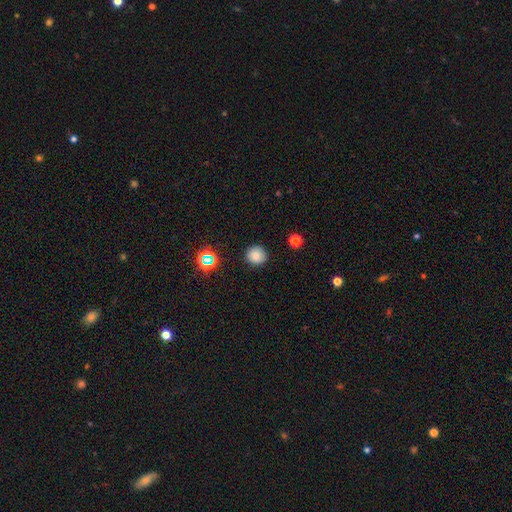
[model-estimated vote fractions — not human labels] Morphology: type=smooth (79%); roundness=round (93%); merging=none (89%).